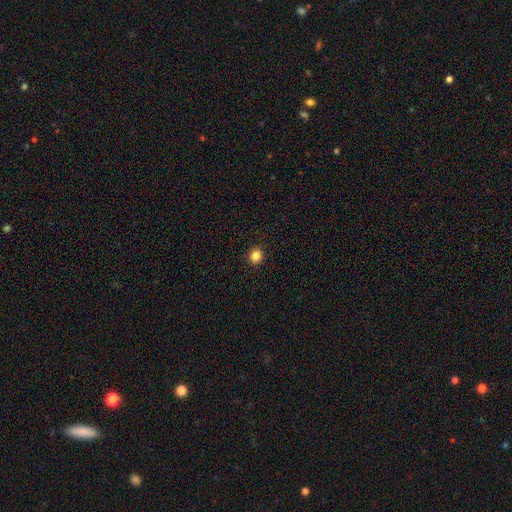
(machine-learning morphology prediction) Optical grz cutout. It shows a smooth galaxy with no disk features (84%) that is round (85%). Merging: none (92%).